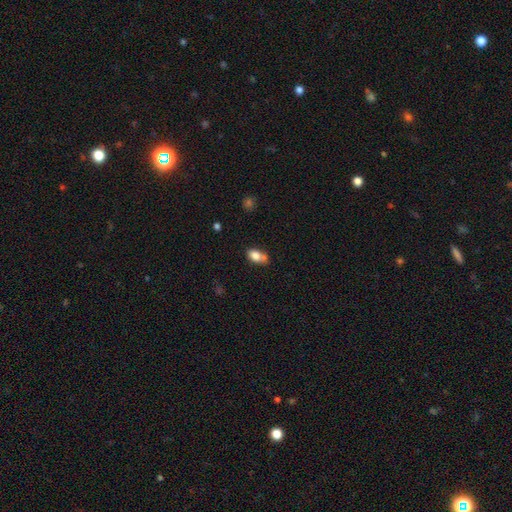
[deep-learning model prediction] Smooth or featured? Predicted: smooth (p=0.79). How rounded? Predicted: in between (p=0.81). Merging? Predicted: none (p=0.44).